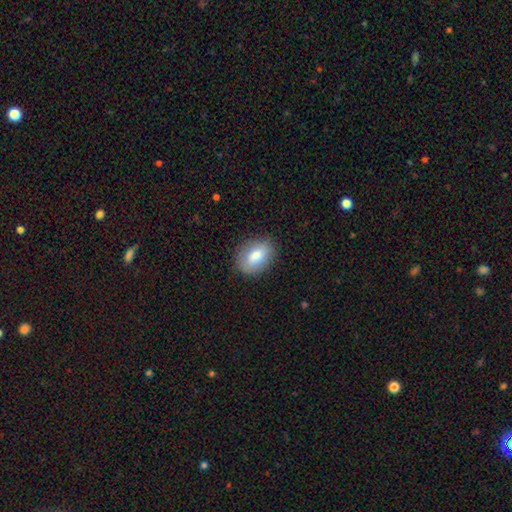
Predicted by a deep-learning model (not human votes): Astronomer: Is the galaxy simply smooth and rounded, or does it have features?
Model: smooth — 80%.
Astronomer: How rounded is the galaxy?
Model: in between — 84%.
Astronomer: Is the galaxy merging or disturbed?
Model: none — 84%.